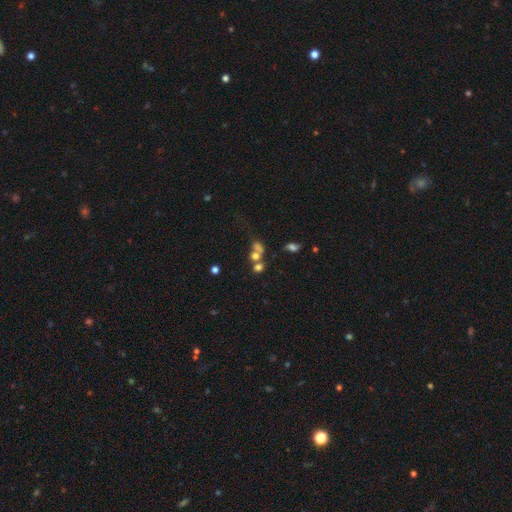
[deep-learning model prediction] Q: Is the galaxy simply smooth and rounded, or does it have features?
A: smooth — 63%.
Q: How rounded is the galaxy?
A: round — 60%.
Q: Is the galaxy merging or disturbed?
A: merger — 50%.